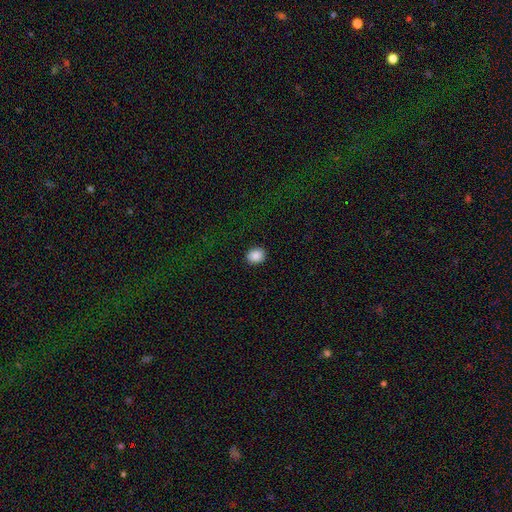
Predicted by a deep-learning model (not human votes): smooth-or-featured: smooth: 88% | star or artifact: 8% | featured or disk: 3%
  how-rounded: round: 55% | in between: 44% | cigar-shaped: 1%
  merging: none: 90% | minor disturbance: 7% | major disturbance: 2% | merger: 1%